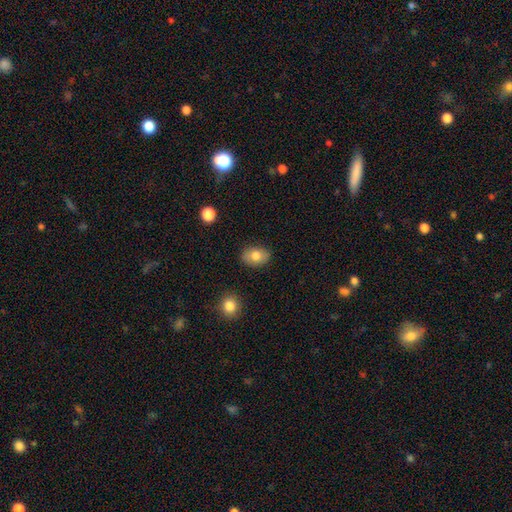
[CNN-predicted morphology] This is likely a smooth galaxy (80%). How rounded: likely in between (75%). Merging: clearly none (85%).